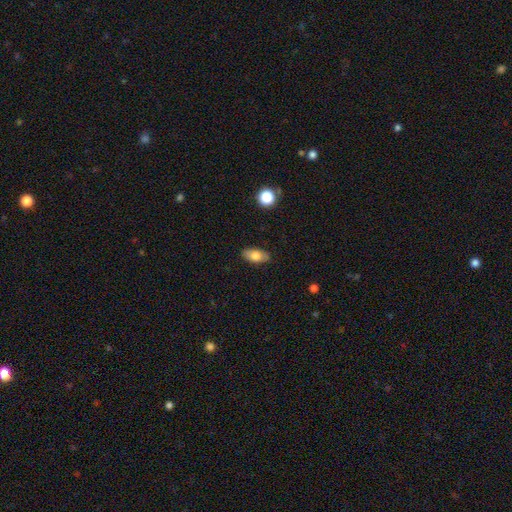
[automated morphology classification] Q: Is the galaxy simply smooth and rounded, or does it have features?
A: smooth — 74%.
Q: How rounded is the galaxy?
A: in between — 89%.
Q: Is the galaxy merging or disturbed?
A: none — 86%.